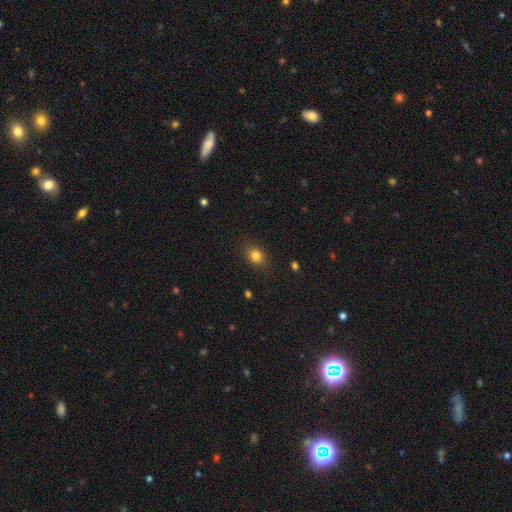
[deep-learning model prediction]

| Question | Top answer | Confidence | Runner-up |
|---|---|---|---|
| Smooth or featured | smooth | 82% | star or artifact (11%) |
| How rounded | in between | 62% | round (36%) |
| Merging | none | 85% | minor disturbance (11%) |